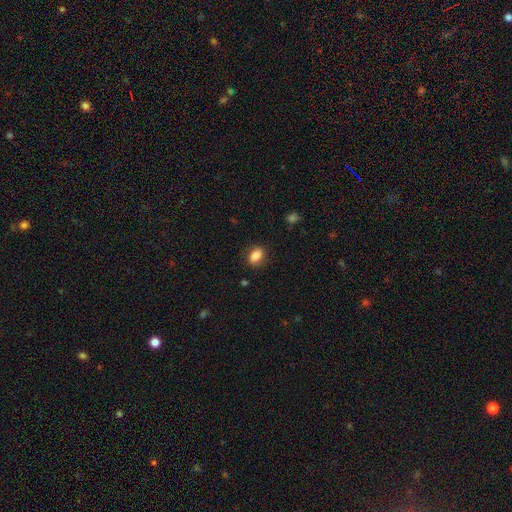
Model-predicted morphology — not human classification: Overall: smooth (83%). How rounded: in between (73%). Merging: none (83%).